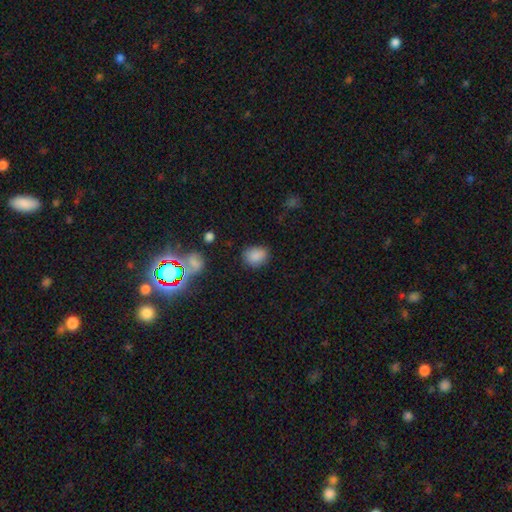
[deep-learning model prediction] A smooth galaxy with no disk features (86%) that is in between round and cigar-shaped (53%).

Vote fractions:
- Smooth or featured? smooth: 86% / star or artifact: 10% / featured or disk: 4%
- How rounded? in between: 53% / round: 46% / cigar-shaped: 1%
- Merging? none: 79% / minor disturbance: 15% / major disturbance: 4% / merger: 2%